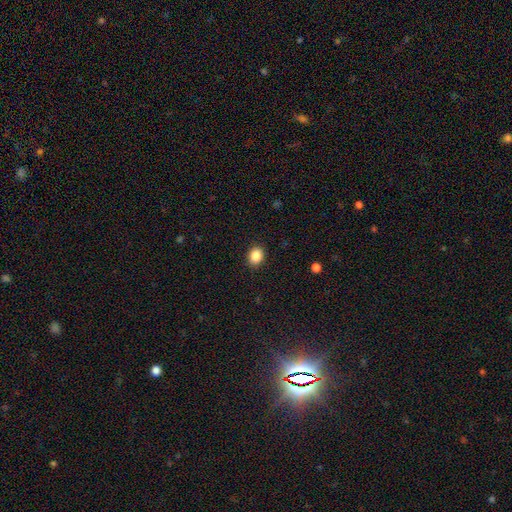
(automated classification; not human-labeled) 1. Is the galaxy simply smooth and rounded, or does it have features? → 87% smooth, 9% star or artifact, 4% featured or disk.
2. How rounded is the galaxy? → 55% round, 45% in between, 1% cigar-shaped.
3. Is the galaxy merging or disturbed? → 90% none, 7% minor disturbance, 2% major disturbance, 1% merger.